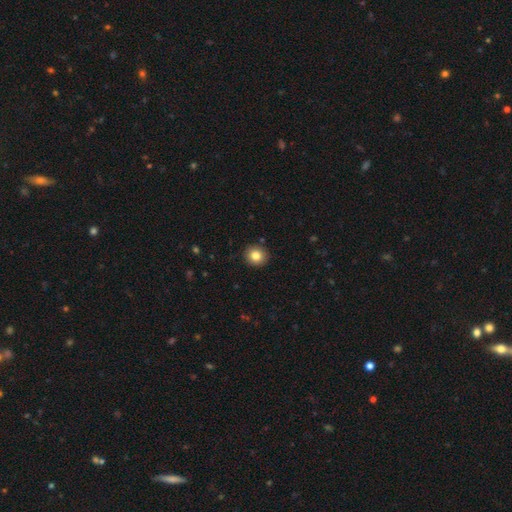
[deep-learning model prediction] Morphology: type=smooth (83%); roundness=round (89%); merging=none (91%).